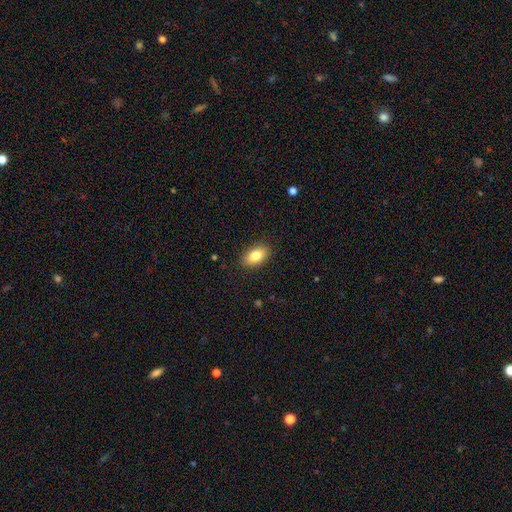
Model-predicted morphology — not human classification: A smooth galaxy with no disk features (82%) that is in between round and cigar-shaped (91%). Merging: none (88%).